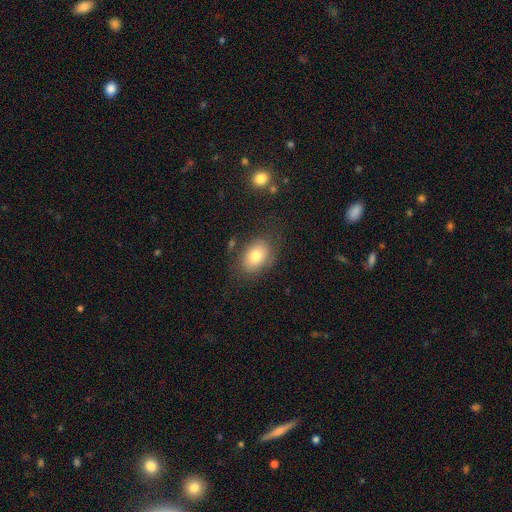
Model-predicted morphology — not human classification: smooth 75%, featured or disk 16%, star or artifact 9%. Down the decision tree: how rounded — in between (77%); merging — none (74%).